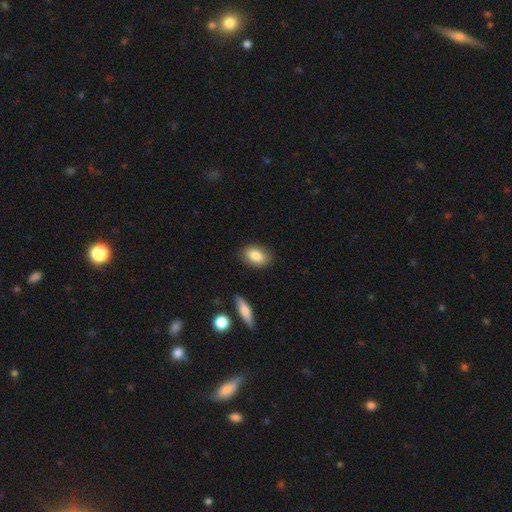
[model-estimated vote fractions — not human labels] Q: Smooth or featured?
A: smooth (84%); runner-up: featured or disk (9%)
Q: How rounded?
A: in between (86%); runner-up: round (12%)
Q: Merging?
A: none (86%); runner-up: minor disturbance (10%)